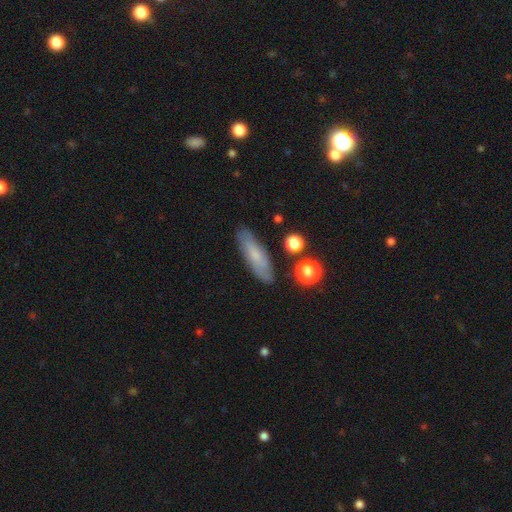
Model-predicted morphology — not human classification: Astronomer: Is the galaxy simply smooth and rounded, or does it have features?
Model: smooth — 61%.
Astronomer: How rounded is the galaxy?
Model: cigar-shaped — 54% (runner-up: in between, 43%).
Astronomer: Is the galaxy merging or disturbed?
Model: none — 82%.